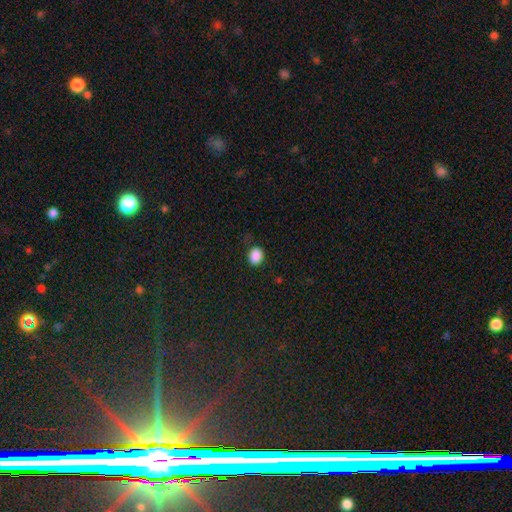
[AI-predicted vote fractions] Smooth or featured? Predicted: smooth (p=0.87). How rounded? Predicted: in between (p=0.53). Merging? Predicted: none (p=0.79).